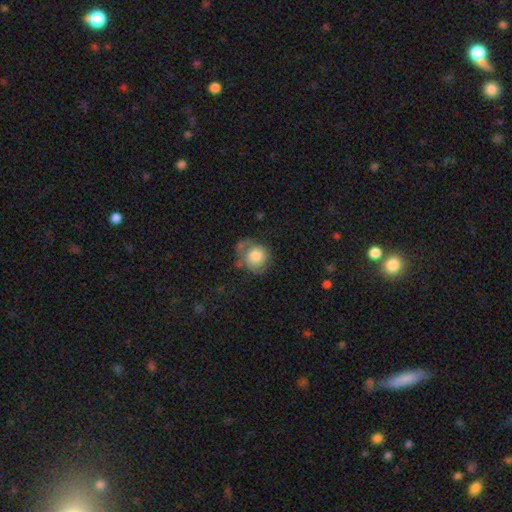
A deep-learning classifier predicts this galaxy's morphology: Smooth or featured? smooth (74%)
How rounded? round (85%)
Merging? none (48%)